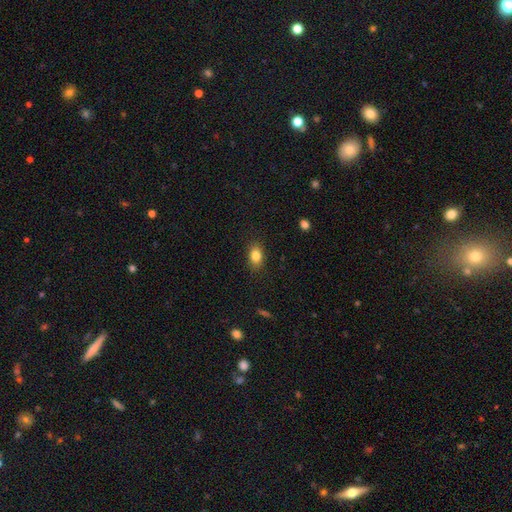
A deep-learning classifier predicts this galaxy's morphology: Smooth or featured? Predicted: smooth (p=0.83). How rounded? Predicted: in between (p=0.80). Merging? Predicted: none (p=0.86).